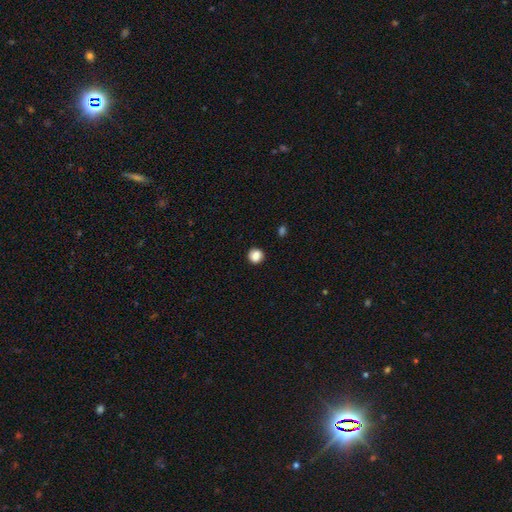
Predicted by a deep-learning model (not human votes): A smooth galaxy with no disk features (87%) that is round (92%).

Vote fractions:
- Smooth or featured? smooth: 87% / star or artifact: 10% / featured or disk: 3%
- How rounded? round: 92% / in between: 7% / cigar-shaped: 1%
- Merging? none: 91% / minor disturbance: 6% / major disturbance: 2% / merger: 1%